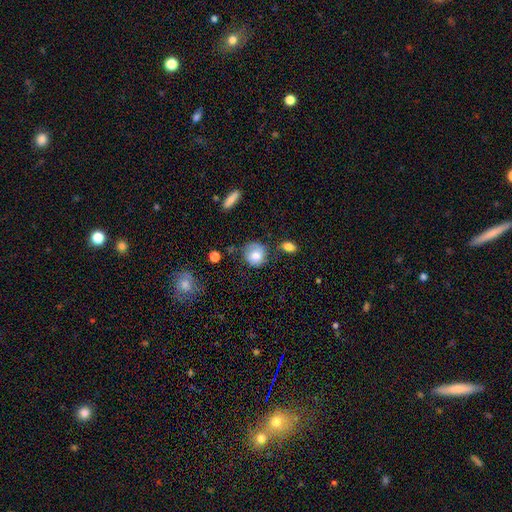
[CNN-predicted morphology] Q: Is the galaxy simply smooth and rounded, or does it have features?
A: smooth — 70%.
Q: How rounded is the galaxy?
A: round — 80%.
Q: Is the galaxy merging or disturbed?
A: none — 59%.